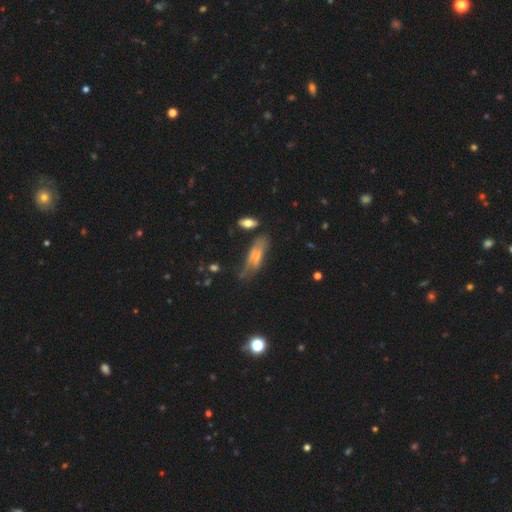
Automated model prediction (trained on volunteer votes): smooth 48%, featured or disk 42%, star or artifact 10%. Down the decision tree: merging — none (44%).